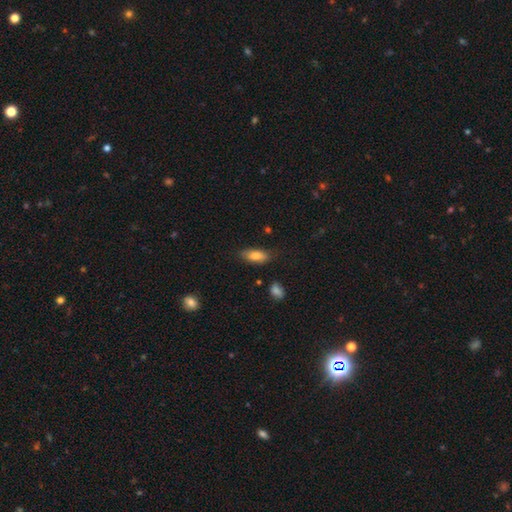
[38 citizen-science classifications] Volunteers were most divided on "how rounded": in between: 79%, cigar-shaped: 12%, round: 9%. More confident: smooth or featured — smooth (89%); merging — none (86%).